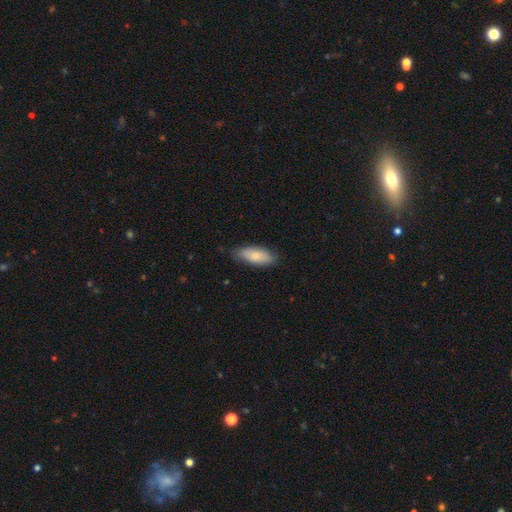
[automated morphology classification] A smooth galaxy with no disk features (75%) that is in between round and cigar-shaped (79%). Merging: none (77%).